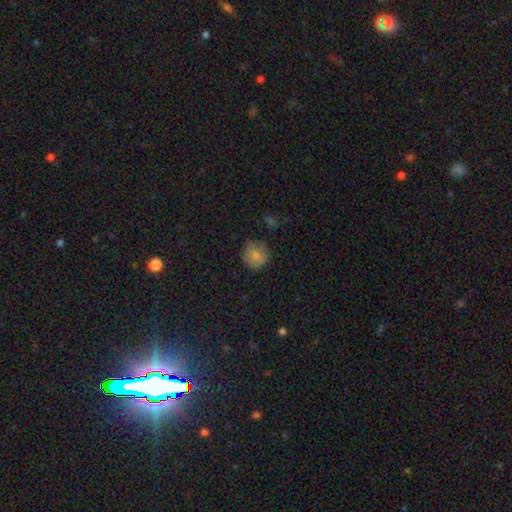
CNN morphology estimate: This appears to be a smooth galaxy with no disk features (81%) that is round (91%). Merging: none (80%).